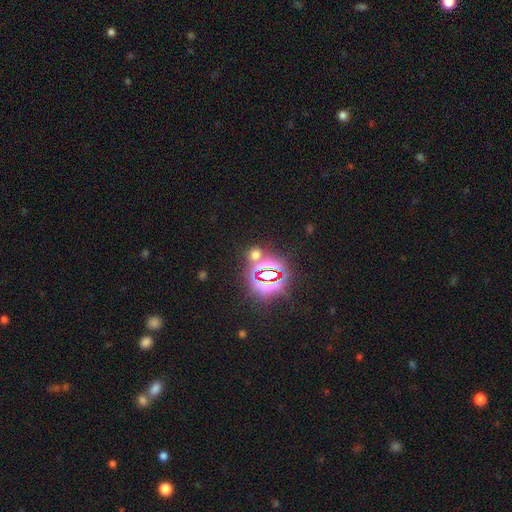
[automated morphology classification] star or artifact 59%, smooth 34%, featured or disk 7%.